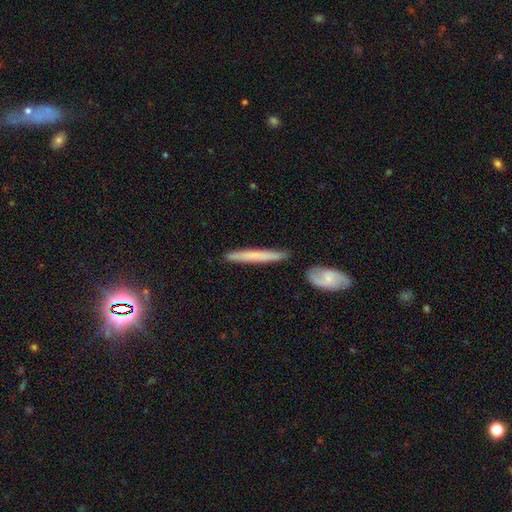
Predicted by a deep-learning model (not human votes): A smooth galaxy with no disk features (60%) that is cigar-shaped (96%). Merging: none (86%).